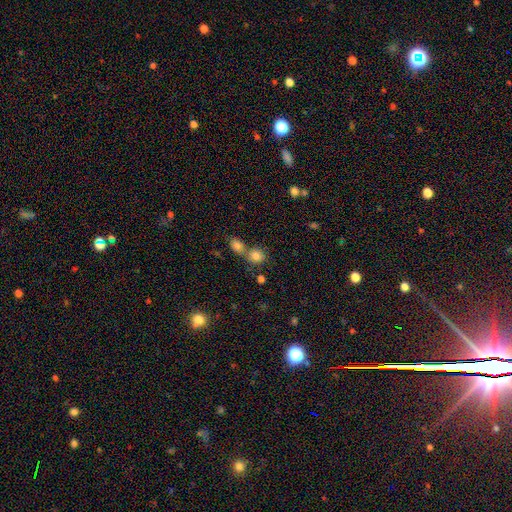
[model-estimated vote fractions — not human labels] Morphology: type=smooth (82%); roundness=round (65%); merging=merger (48%).